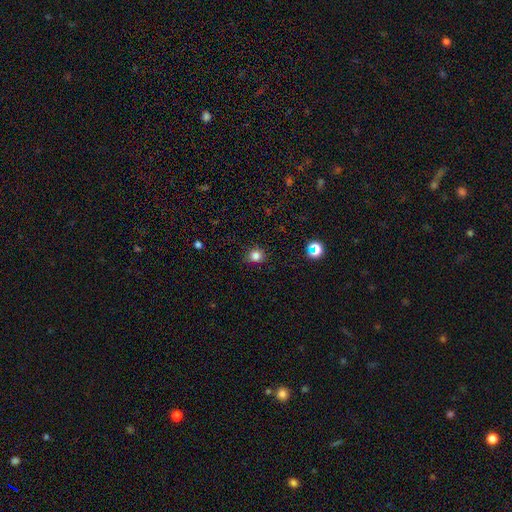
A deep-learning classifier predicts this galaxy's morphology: smooth_or_featured: smooth (p=0.81) [alt: star or artifact p=0.15]
how_rounded: round (p=0.84) [alt: in between p=0.15]
merging: none (p=0.85) [alt: minor disturbance p=0.11]